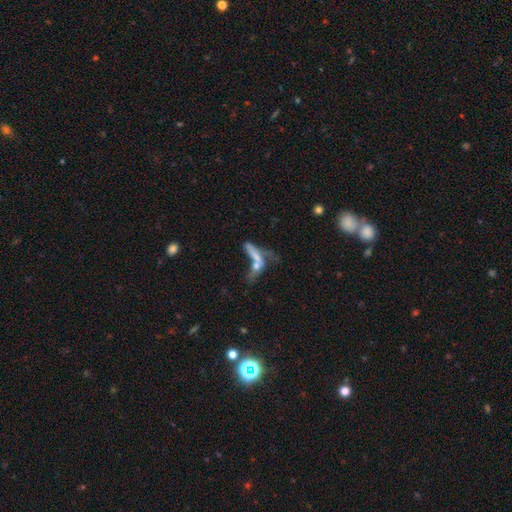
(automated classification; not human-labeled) Smooth or featured? smooth (51%)
How rounded? cigar-shaped (60%)
Merging? merger (56%)